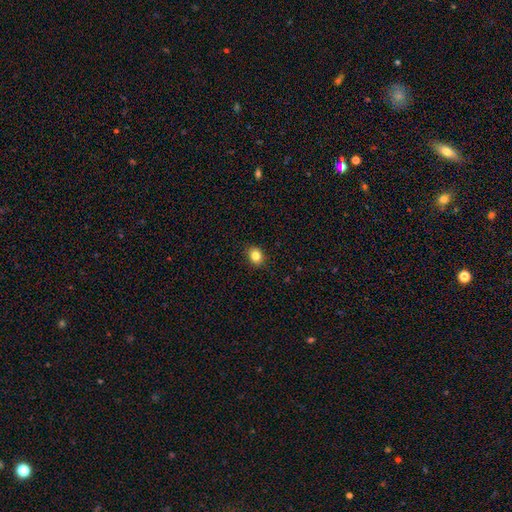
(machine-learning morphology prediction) A smooth galaxy with no disk features (83%) that is round (58%).

Vote fractions:
- Smooth or featured? smooth: 83% / star or artifact: 11% / featured or disk: 6%
- How rounded? round: 58% / in between: 41% / cigar-shaped: 1%
- Merging? none: 89% / minor disturbance: 8% / major disturbance: 2% / merger: 1%